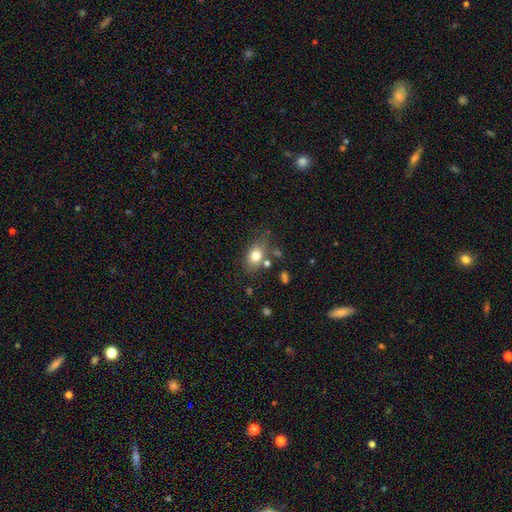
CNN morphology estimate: This is likely a smooth galaxy (78%). How rounded: likely in between (73%). Merging: likely none (70%).